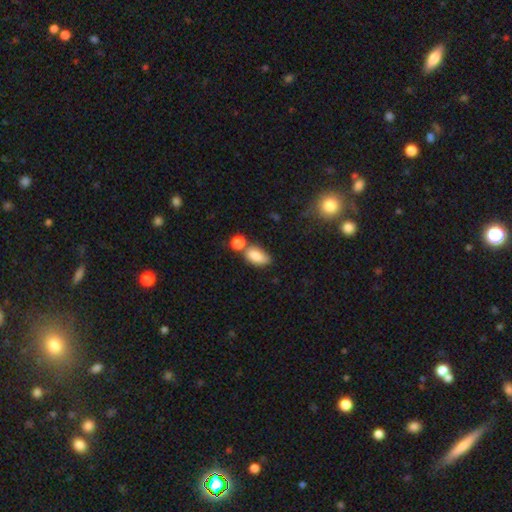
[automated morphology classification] Smooth or featured? Predicted: smooth (p=0.83). How rounded? Predicted: in between (p=0.89). Merging? Predicted: none (p=0.45).